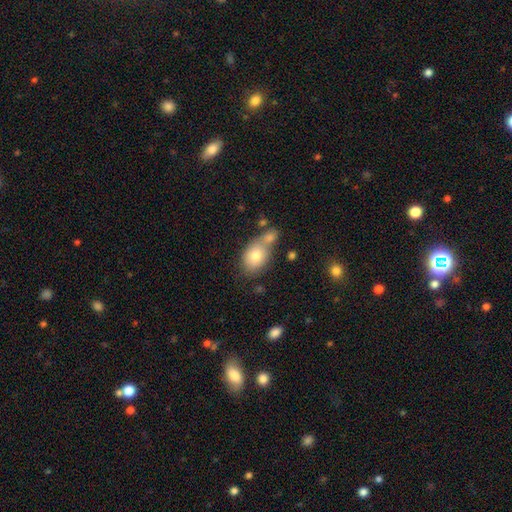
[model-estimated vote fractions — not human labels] Smooth or featured?
  - smooth: 77% *
  - featured or disk: 14%
  - star or artifact: 8%
How rounded?
  - in between: 73% *
  - round: 25%
  - cigar-shaped: 1%
Merging?
  - none: 41% *
  - merger: 40%
  - minor disturbance: 14%
  - major disturbance: 5%